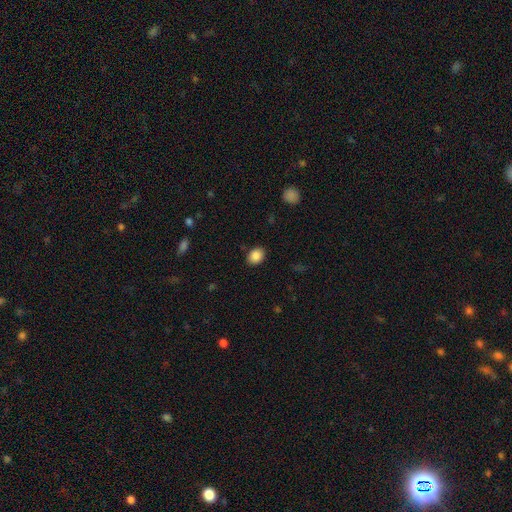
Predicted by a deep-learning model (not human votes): The model was most divided on "how rounded": in between: 56%, round: 43%, cigar-shaped: 1%. More confident: merging — none (88%); smooth or featured — smooth (88%).